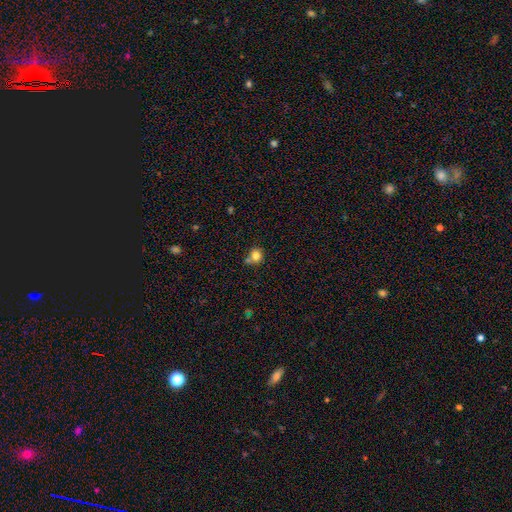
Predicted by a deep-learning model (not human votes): A smooth galaxy with no disk features (81%) that is round (82%).

Vote fractions:
- Smooth or featured? smooth: 81% / star or artifact: 12% / featured or disk: 8%
- How rounded? round: 82% / in between: 17% / cigar-shaped: 1%
- Merging? none: 59% / merger: 22% / minor disturbance: 14% / major disturbance: 4%